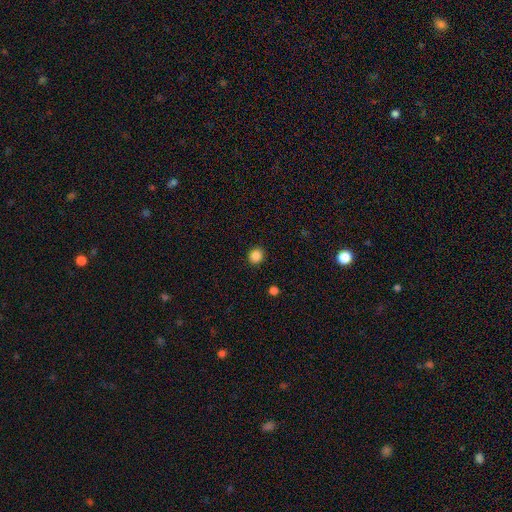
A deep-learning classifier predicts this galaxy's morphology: Overall: smooth (86%). How rounded: round (82%). Merging: none (91%).